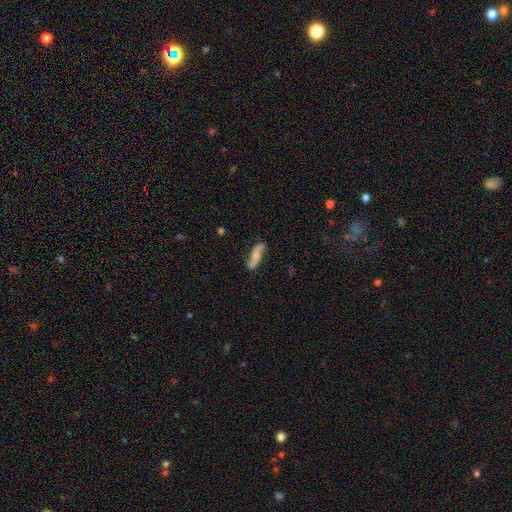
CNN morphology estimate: A featured or disk galaxy (71%) with no bar (56%), 2 (93%) loose (83%) spiral arms (93%) and a small central bulge (47%).

Vote fractions:
- Smooth or featured? featured or disk: 71% / smooth: 23% / star or artifact: 6%
- Edge-on disk? no: 87% / yes: 13%
- Bar? no: 56% / weak: 28% / strong: 16%
- Spiral arms? yes: 93% / no: 7%
- Spiral winding? loose: 83% / medium: 12% / tight: 5%
- Spiral arm count? 2: 93% / can't tell: 3% / 1: 2% / 3: 1% / 4: 1% / more than 4: 1%
- Bulge size? small: 47% / moderate: 36% / none: 12% / large: 3% / dominant: 2%
- Merging? none: 77% / minor disturbance: 16% / major disturbance: 5% / merger: 2%